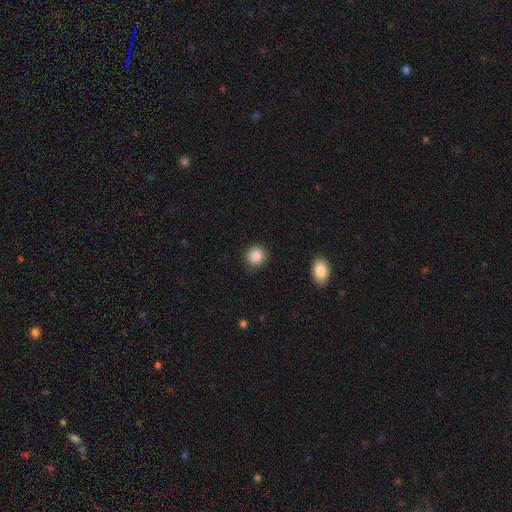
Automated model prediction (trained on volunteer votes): Q: Smooth or featured?
A: smooth (88%); runner-up: star or artifact (9%)
Q: How rounded?
A: round (88%); runner-up: in between (11%)
Q: Merging?
A: none (88%); runner-up: minor disturbance (8%)